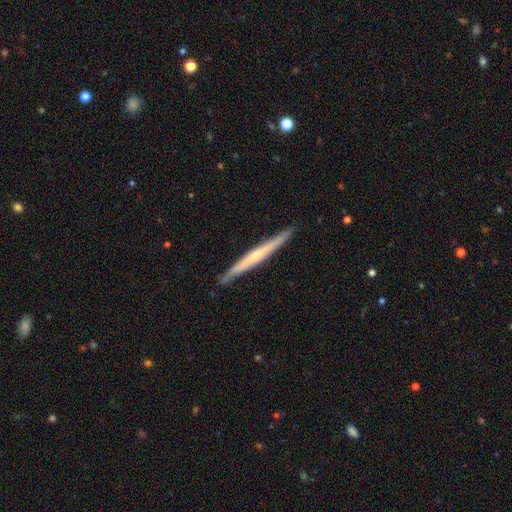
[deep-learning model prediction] This is possibly a featured or disk galaxy (59%). It is clearly viewed edge-on (96%). Edge-on bulge: possibly none (58%). Merging: clearly none (89%).